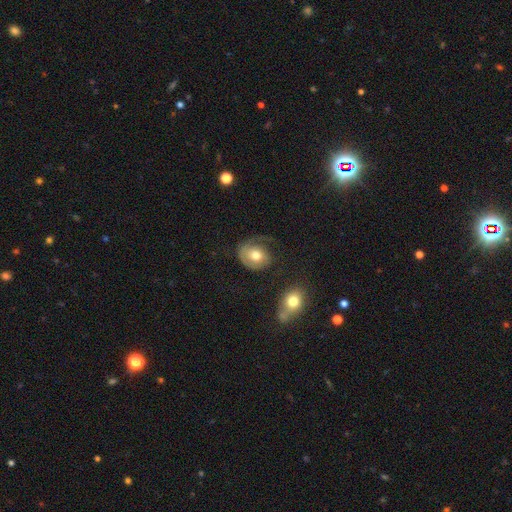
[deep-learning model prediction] A smooth galaxy with no disk features (47%).

Vote fractions:
- Smooth or featured? smooth: 47% / featured or disk: 46% / star or artifact: 7%
- Merging? none: 45% / major disturbance: 28% / minor disturbance: 22% / merger: 4%